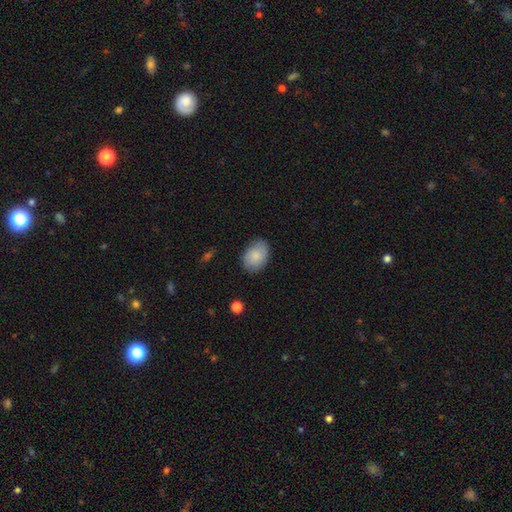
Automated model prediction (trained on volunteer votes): Overall: smooth (85%). How rounded: in between (81%). Merging: none (79%).